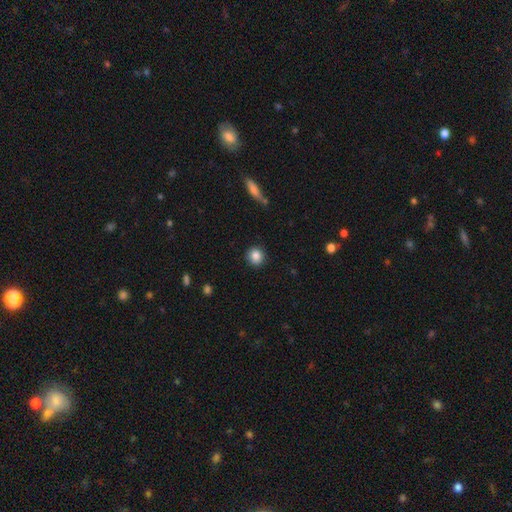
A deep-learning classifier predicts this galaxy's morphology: This appears to be a smooth galaxy with no disk features (85%) that is round (88%). Merging: none (90%).